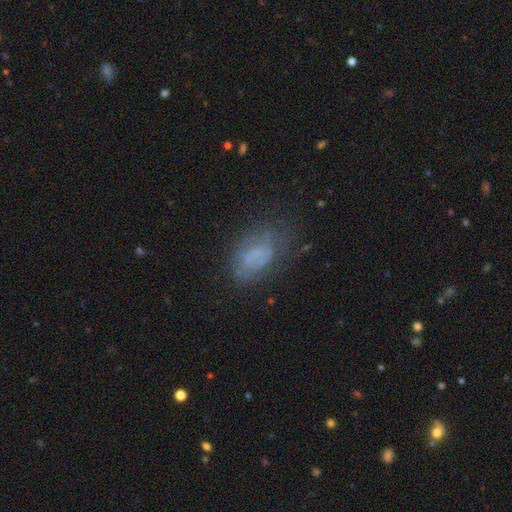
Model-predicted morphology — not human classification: Smooth or featured?
  - smooth: 47% *
  - featured or disk: 37%
  - star or artifact: 15%
Merging?
  - none: 55% *
  - minor disturbance: 24%
  - major disturbance: 18%
  - merger: 3%